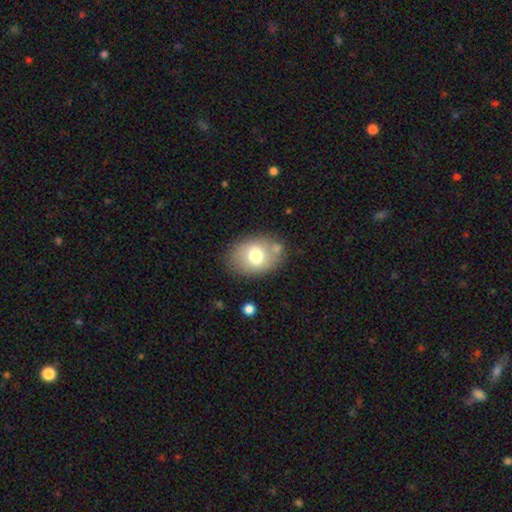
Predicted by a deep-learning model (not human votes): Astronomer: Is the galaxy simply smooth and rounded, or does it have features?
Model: smooth — 70%.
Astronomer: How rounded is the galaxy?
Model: in between — 73%.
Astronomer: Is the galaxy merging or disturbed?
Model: none — 74%.